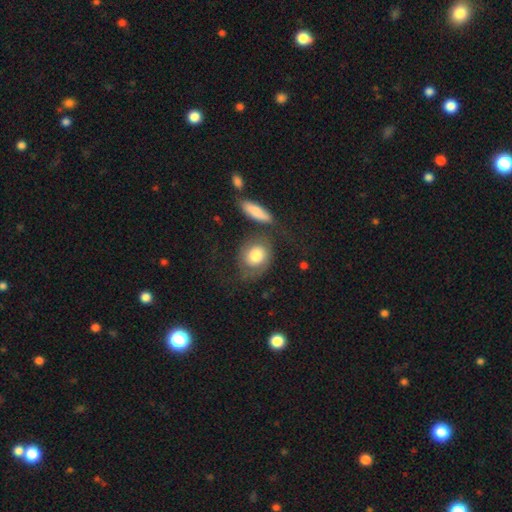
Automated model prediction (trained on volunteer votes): The model was most divided on "how rounded": round: 57%, in between: 41%, cigar-shaped: 2%. Remaining: smooth or featured — smooth (63%); merging — none (47%).